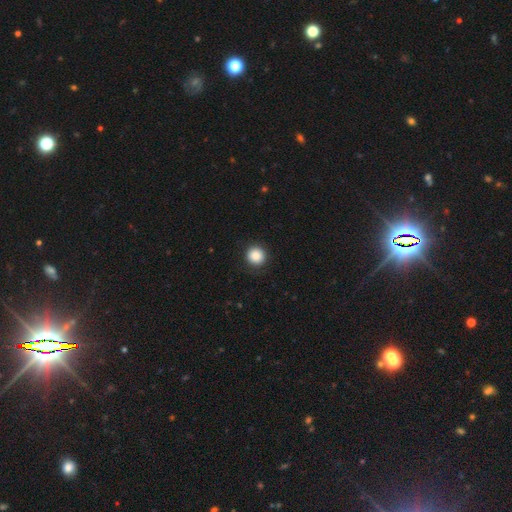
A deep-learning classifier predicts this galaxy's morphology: Q: Smooth or featured?
A: smooth (88%); runner-up: star or artifact (9%)
Q: How rounded?
A: round (95%); runner-up: in between (4%)
Q: Merging?
A: none (91%); runner-up: minor disturbance (6%)